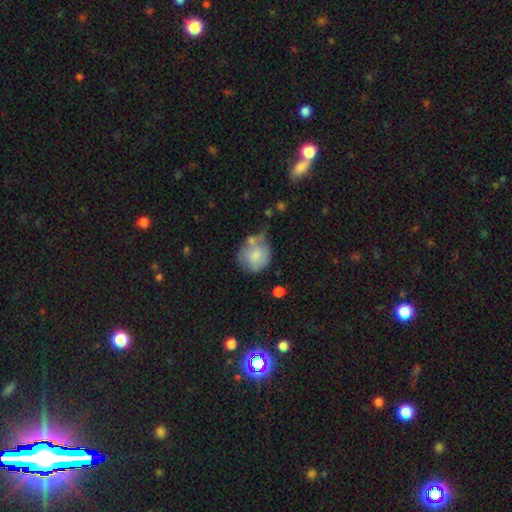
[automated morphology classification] This is likely a smooth galaxy (70%). How rounded: likely round (79%). Merging: marginally none (38%).